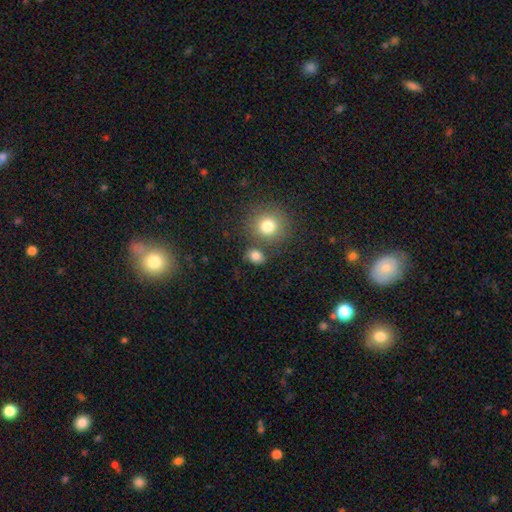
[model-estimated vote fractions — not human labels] The model was most divided on "how rounded": round: 56%, in between: 43%, cigar-shaped: 1%. More confident: smooth or featured — smooth (81%); merging — none (70%).